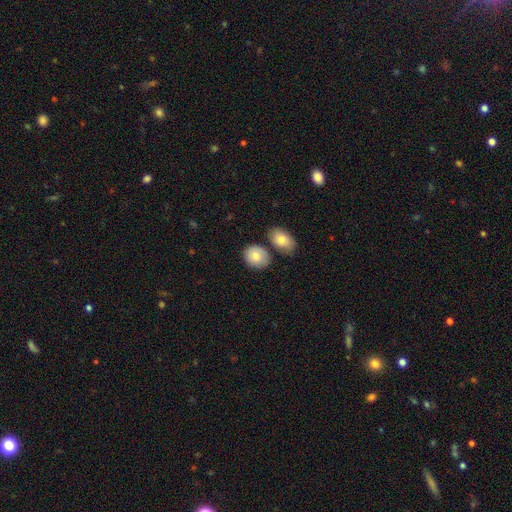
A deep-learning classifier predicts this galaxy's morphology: Overall: smooth (81%). How rounded: in between (50%; round 49%). Merging: none (66%).